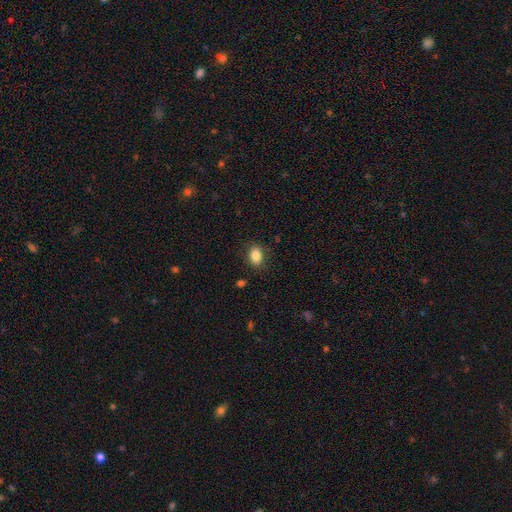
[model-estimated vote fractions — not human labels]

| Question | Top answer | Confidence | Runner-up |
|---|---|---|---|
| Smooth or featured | smooth | 85% | star or artifact (9%) |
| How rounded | in between | 77% | round (21%) |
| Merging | none | 84% | minor disturbance (11%) |